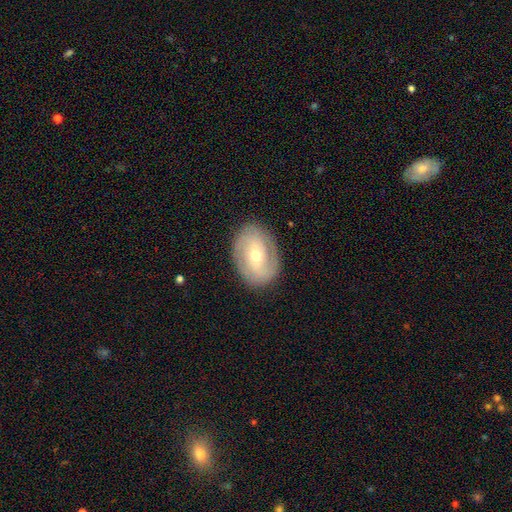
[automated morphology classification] type=featured or disk (67%); edge-on=no (95%); bar=no (44%); spiral arms=yes (76%); bulge=moderate (56%); merging=none (83%).